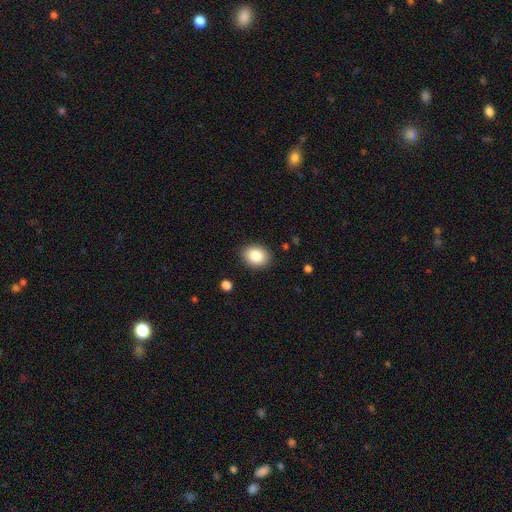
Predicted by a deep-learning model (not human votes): This appears to be a smooth galaxy with no disk features (85%) that is in between round and cigar-shaped (51%). Merging: none (89%).